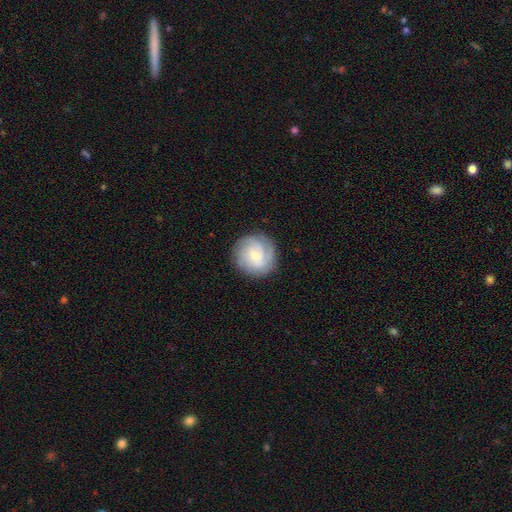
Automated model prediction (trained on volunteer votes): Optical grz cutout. It shows a featured or disk galaxy (59%) with no bar (57%), tight (64%) spiral arms (91%) and a small central bulge (57%). Merging: none (82%).